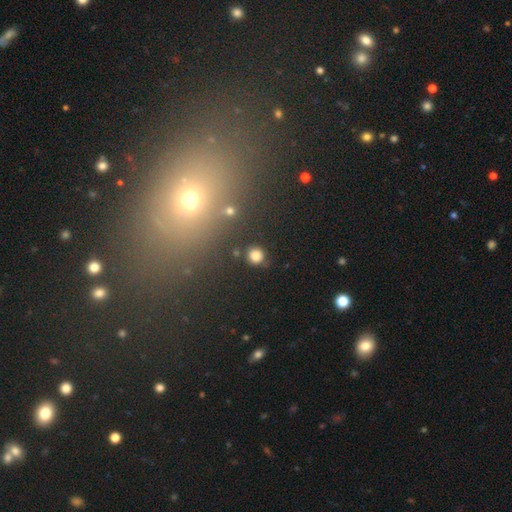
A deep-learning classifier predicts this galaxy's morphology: A smooth galaxy with no disk features (81%) that is round (92%).

Vote fractions:
- Smooth or featured? smooth: 81% / star or artifact: 14% / featured or disk: 5%
- How rounded? round: 92% / in between: 7% / cigar-shaped: 1%
- Merging? none: 86% / minor disturbance: 8% / merger: 3% / major disturbance: 3%